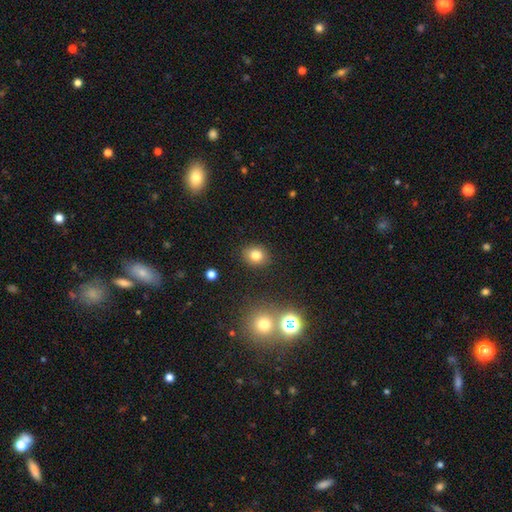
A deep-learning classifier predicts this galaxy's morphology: smooth_or_featured: smooth (p=0.79) [alt: star or artifact p=0.13]
how_rounded: round (p=0.65) [alt: in between p=0.34]
merging: none (p=0.88) [alt: minor disturbance p=0.08]